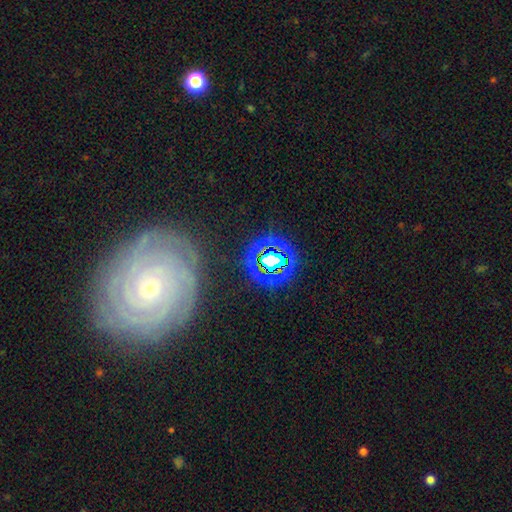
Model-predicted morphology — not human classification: Smooth or featured? Predicted: featured or disk (p=0.77). Edge-on disk? Predicted: no (p=0.96). Bar? Predicted: no (p=0.72). Spiral arms? Predicted: yes (p=0.97). Spiral winding? Predicted: tight (p=0.87). Spiral arm count? Predicted: can't tell (p=0.23). Bulge size? Predicted: small (p=0.78). Merging? Predicted: none (p=0.83).